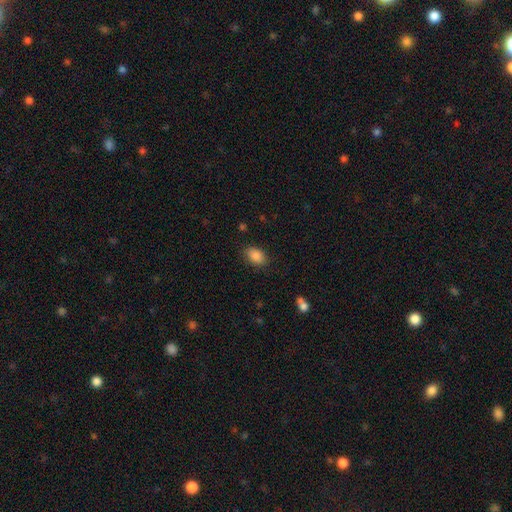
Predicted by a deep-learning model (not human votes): Morphology: type=smooth (87%); roundness=in between (84%); merging=none (85%).